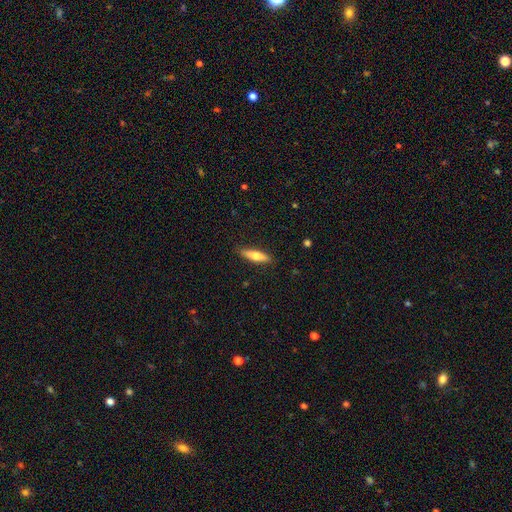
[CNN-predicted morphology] type=smooth (63%); roundness=cigar-shaped (70%); merging=none (88%).